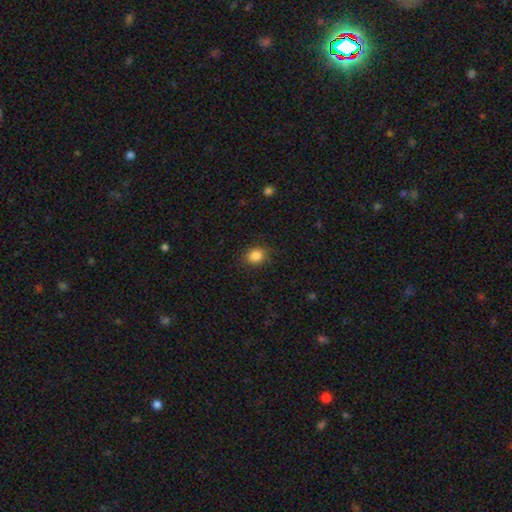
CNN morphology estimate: Smooth or featured? smooth (86%)
How rounded? round (60%)
Merging? none (86%)